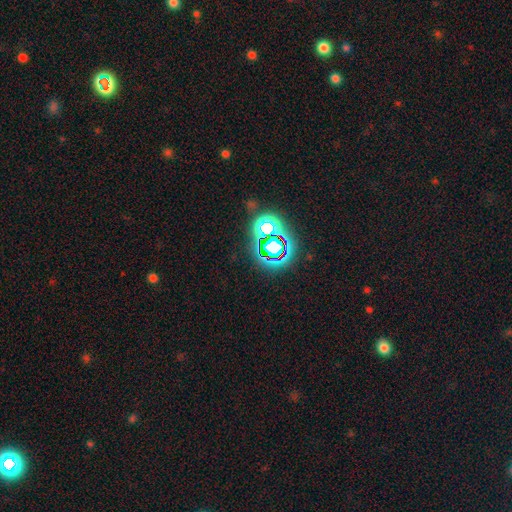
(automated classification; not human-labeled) This is likely a star or artifact rather than a galaxy (70%).